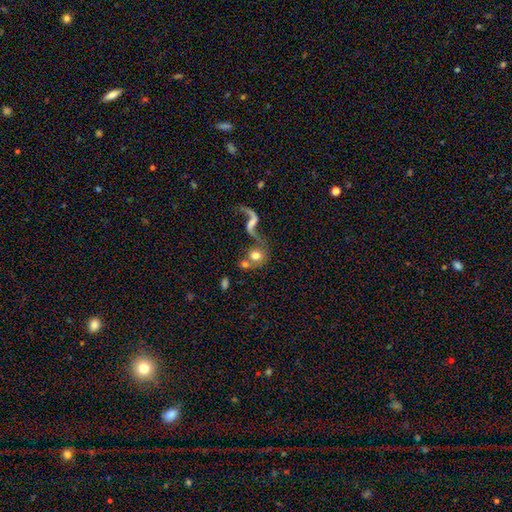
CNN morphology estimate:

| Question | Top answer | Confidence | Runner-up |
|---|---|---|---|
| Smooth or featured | smooth | 59% | featured or disk (31%) |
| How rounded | round | 75% | in between (22%) |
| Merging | none | 45% | merger (33%) |